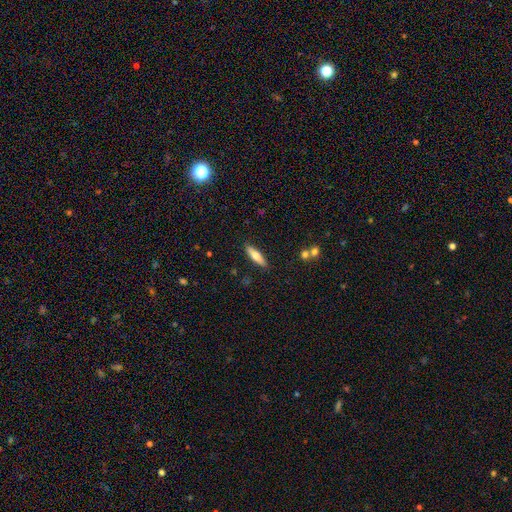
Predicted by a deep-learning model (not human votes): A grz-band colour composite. It shows a smooth galaxy with no disk features (63%) that is cigar-shaped (64%). Merging: none (88%).